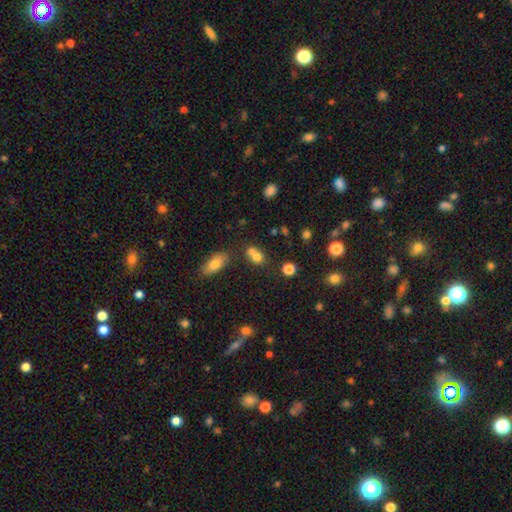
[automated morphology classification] type=smooth (73%); roundness=round (63%); merging=merger (53%).